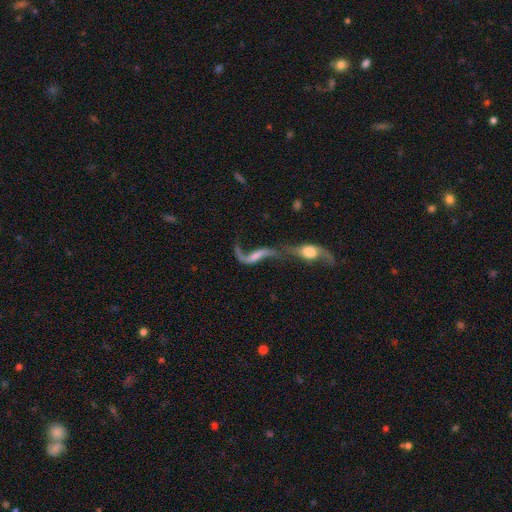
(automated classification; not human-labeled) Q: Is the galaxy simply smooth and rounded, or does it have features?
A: featured or disk — 74%.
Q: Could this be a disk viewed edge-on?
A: no — 87%.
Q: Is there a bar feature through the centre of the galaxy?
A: no — 45%.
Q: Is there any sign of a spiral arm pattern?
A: yes — 82%.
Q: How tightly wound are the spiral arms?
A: loose — 90%.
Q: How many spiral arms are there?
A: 2 — 73%.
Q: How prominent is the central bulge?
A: none — 35%.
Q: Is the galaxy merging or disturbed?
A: merger — 69%.